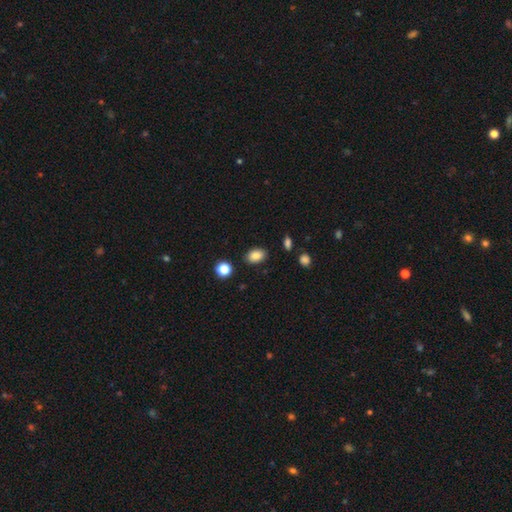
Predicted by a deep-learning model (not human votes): This appears to be a smooth galaxy with no disk features (86%) that is in between round and cigar-shaped (84%). Merging: none (86%).